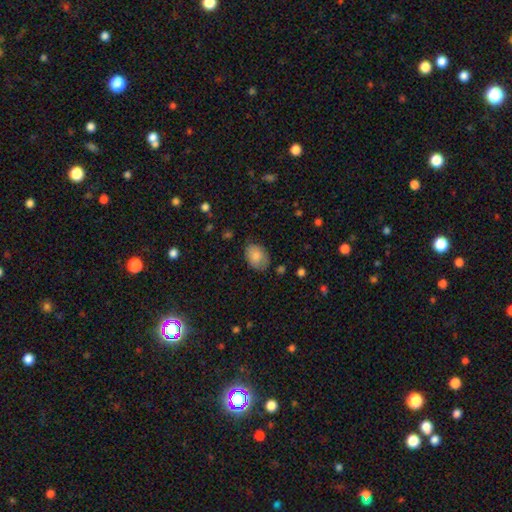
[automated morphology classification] The model was most divided on "merging": none: 76%, minor disturbance: 19%, major disturbance: 4%, merger: 1%. More confident: smooth or featured — smooth (81%); how rounded — in between (79%).